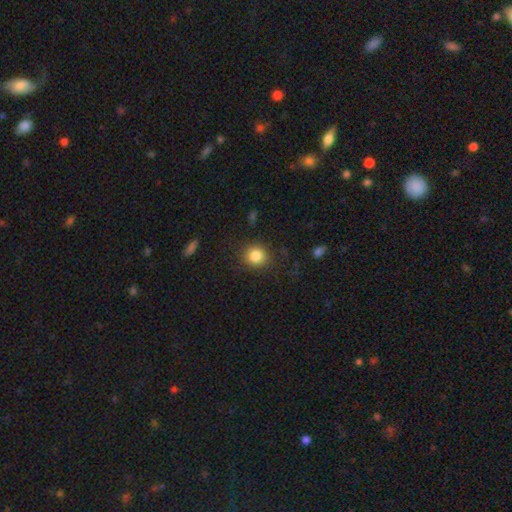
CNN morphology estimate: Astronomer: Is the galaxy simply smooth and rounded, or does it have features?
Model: smooth — 84%.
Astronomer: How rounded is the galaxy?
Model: round — 84%.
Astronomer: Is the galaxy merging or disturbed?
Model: none — 85%.